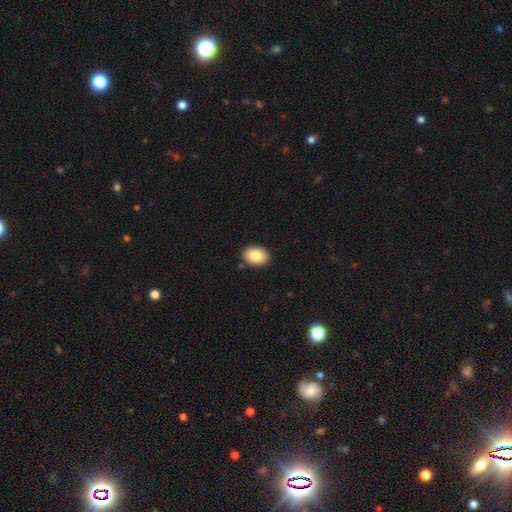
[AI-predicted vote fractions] A smooth galaxy with no disk features (84%) that is in between round and cigar-shaped (81%).

Vote fractions:
- Smooth or featured? smooth: 84% / featured or disk: 9% / star or artifact: 7%
- How rounded? in between: 81% / round: 18% / cigar-shaped: 1%
- Merging? none: 88% / minor disturbance: 8% / major disturbance: 2% / merger: 2%